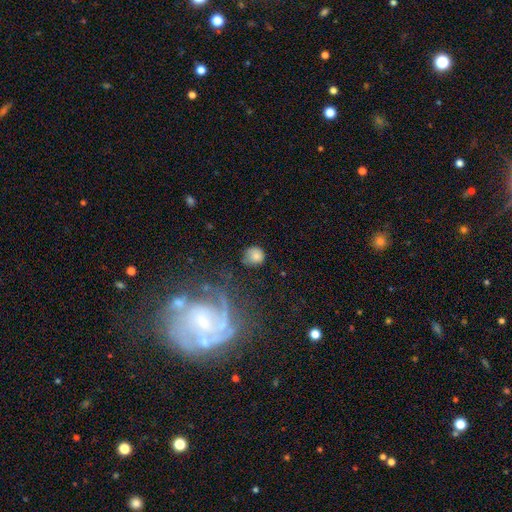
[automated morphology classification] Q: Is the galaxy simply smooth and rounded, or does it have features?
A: smooth — 72%.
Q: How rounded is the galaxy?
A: round — 82%.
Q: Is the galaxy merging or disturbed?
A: none — 63%.